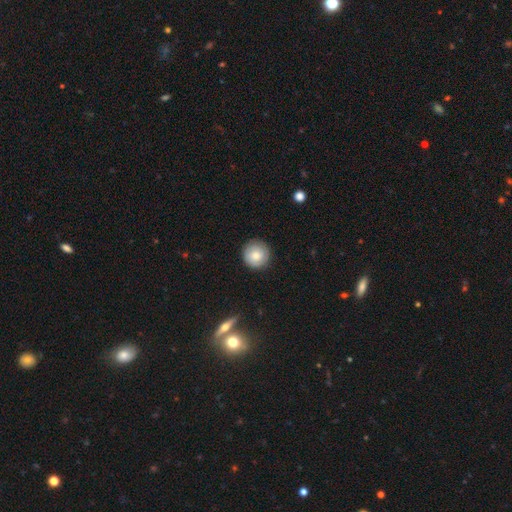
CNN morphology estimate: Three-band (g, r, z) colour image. It shows a smooth galaxy with no disk features (74%) that is round (95%). Merging: none (88%).